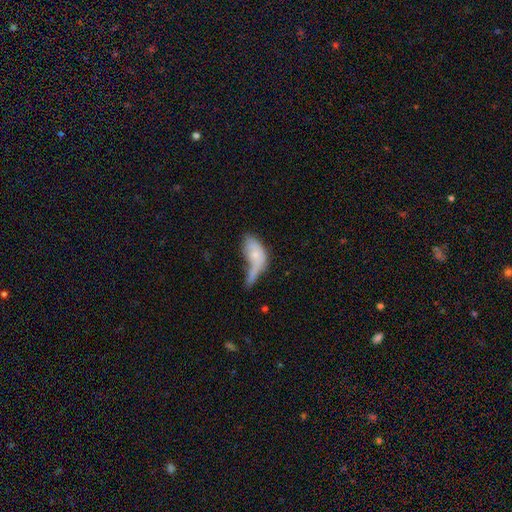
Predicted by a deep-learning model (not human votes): Smooth or featured?
  - smooth: 62% *
  - featured or disk: 30%
  - star or artifact: 8%
How rounded?
  - in between: 86% *
  - round: 8%
  - cigar-shaped: 7%
Merging?
  - merger: 34% *
  - major disturbance: 29%
  - none: 19%
  - minor disturbance: 18%